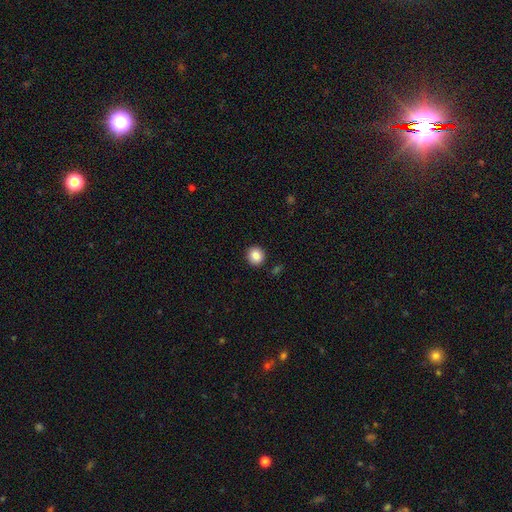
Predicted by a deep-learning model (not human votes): smooth-or-featured: smooth: 86% | star or artifact: 9% | featured or disk: 5%
  how-rounded: round: 89% | in between: 10% | cigar-shaped: 1%
  merging: none: 91% | minor disturbance: 5% | major disturbance: 2% | merger: 2%